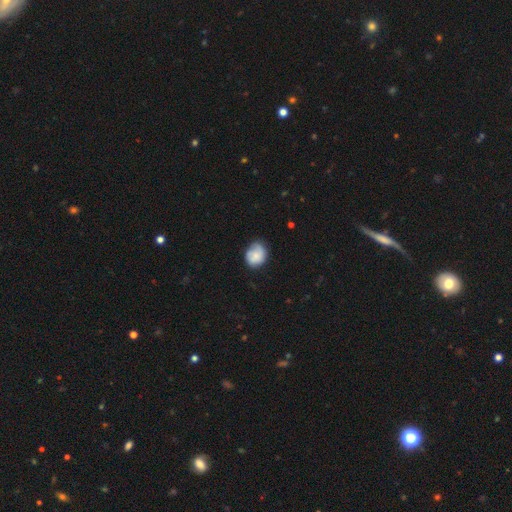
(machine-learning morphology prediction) A smooth galaxy with no disk features (70%) that is round (56%). Merging: none (58%).